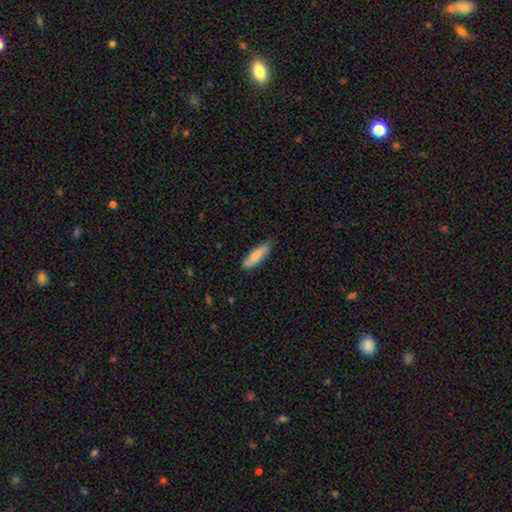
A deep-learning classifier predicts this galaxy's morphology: The model was most divided on "how rounded": cigar-shaped: 55%, in between: 43%, round: 2%. More confident: smooth or featured — smooth (78%); merging — none (77%).